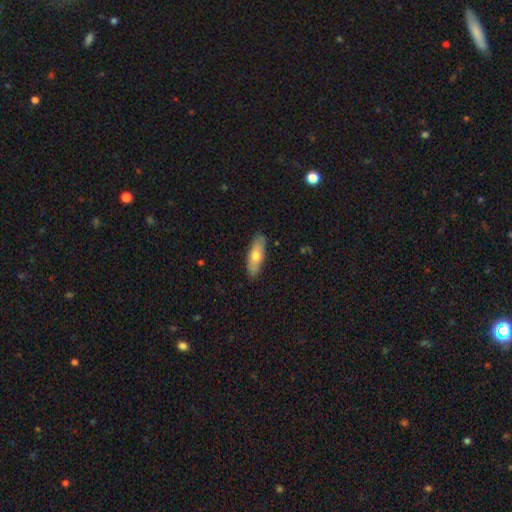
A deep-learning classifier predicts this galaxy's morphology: This is likely a smooth galaxy (67%). How rounded: possibly in between (57%). Merging: clearly none (87%).